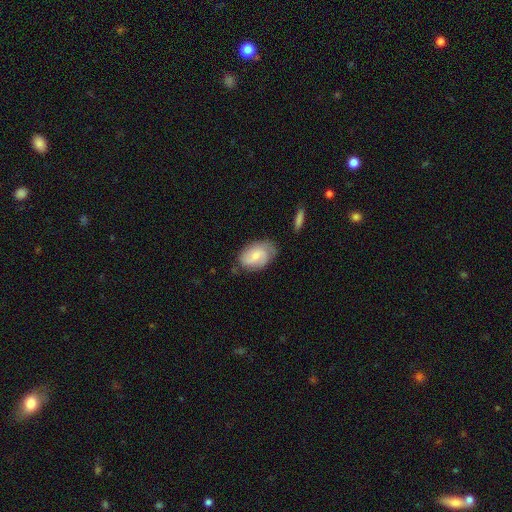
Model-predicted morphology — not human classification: smooth 52%, featured or disk 41%, star or artifact 7%. Down the decision tree: how rounded — in between (86%); merging — none (67%).